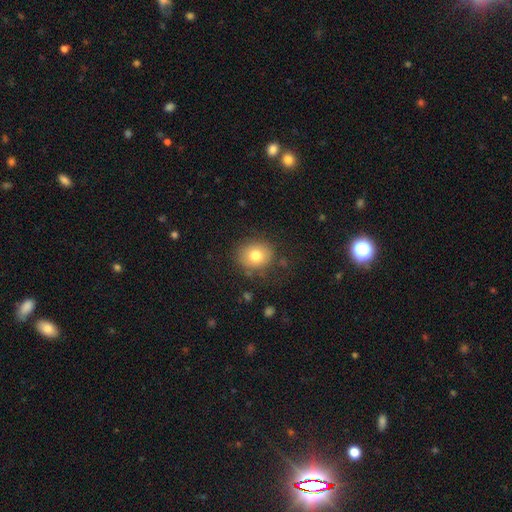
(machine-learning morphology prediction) A smooth galaxy with no disk features (77%) that is round (71%). Merging: none (80%).